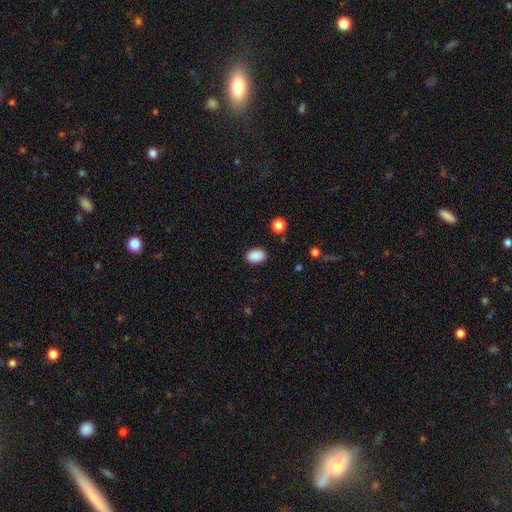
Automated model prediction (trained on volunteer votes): The model was most divided on "how rounded": in between: 84%, round: 15%, cigar-shaped: 1%. More confident: smooth or featured — smooth (89%); merging — none (88%).